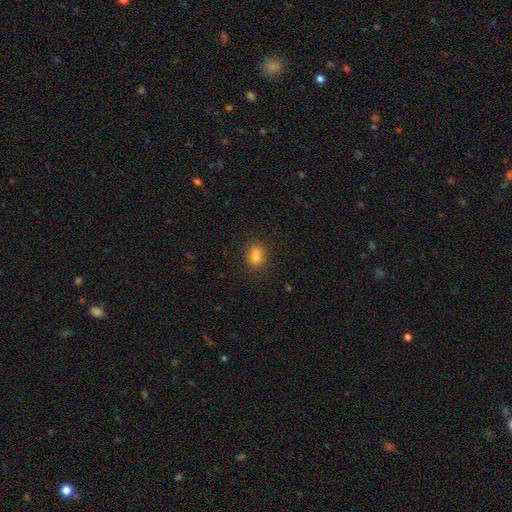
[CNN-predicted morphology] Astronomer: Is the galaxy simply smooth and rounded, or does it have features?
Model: smooth — 84%.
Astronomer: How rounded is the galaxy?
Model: round — 53% (runner-up: in between, 46%).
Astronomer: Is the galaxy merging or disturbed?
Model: none — 85%.